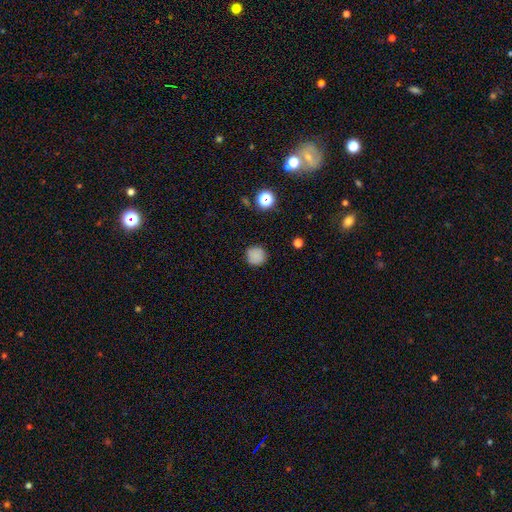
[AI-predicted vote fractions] Smooth or featured?
  - smooth: 83% *
  - star or artifact: 12%
  - featured or disk: 4%
How rounded?
  - round: 93% *
  - in between: 6%
  - cigar-shaped: 1%
Merging?
  - none: 87% *
  - minor disturbance: 9%
  - major disturbance: 2%
  - merger: 1%